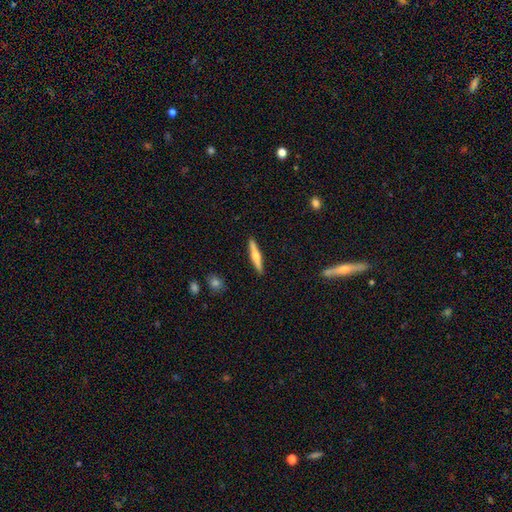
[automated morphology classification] smooth-or-featured: featured or disk: 51% | smooth: 43% | star or artifact: 6%
  disk-edge-on: yes: 96% | no: 4%
  merging: none: 91% | minor disturbance: 6% | major disturbance: 2% | merger: 1%